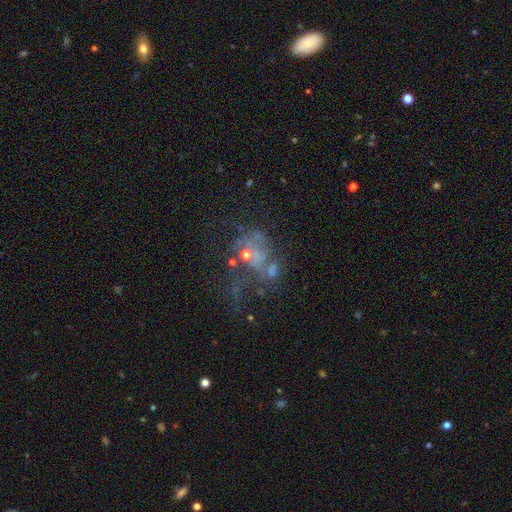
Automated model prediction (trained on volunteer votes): A featured or disk galaxy (52%) with no bar (88%), no spiral arms (75%) and a small central bulge (37%). Merging: none (32%).